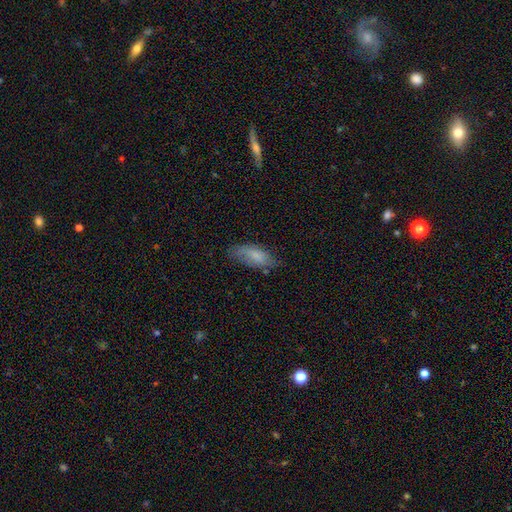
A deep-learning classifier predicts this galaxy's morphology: Q: Smooth or featured?
A: smooth (71%); runner-up: featured or disk (22%)
Q: How rounded?
A: in between (79%); runner-up: cigar-shaped (19%)
Q: Merging?
A: none (63%); runner-up: minor disturbance (28%)